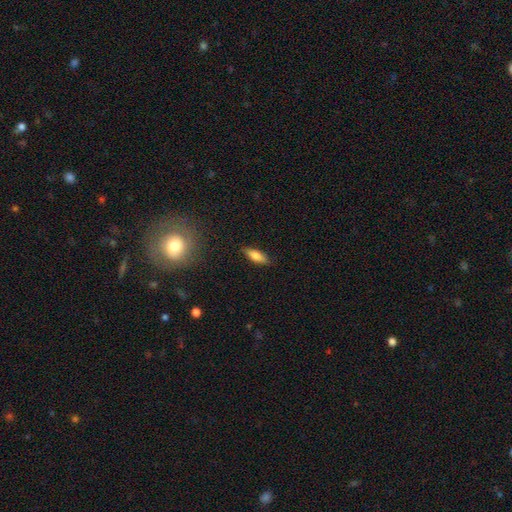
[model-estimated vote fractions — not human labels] smooth 79%, featured or disk 13%, star or artifact 8%. Down the decision tree: how rounded — in between (65%); merging — none (85%).